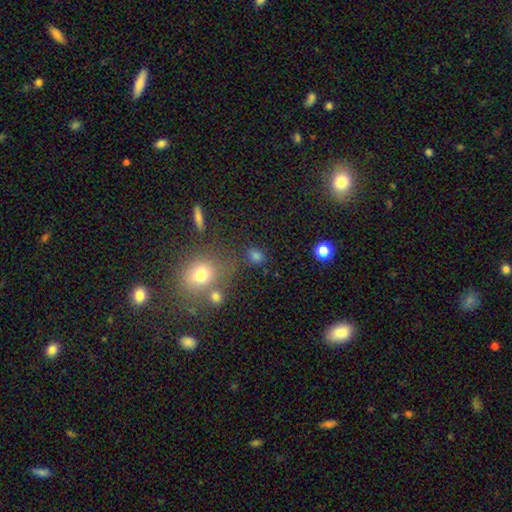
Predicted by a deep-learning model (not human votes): This is likely a smooth galaxy (76%). How rounded: likely round (61%). Merging: likely none (71%).